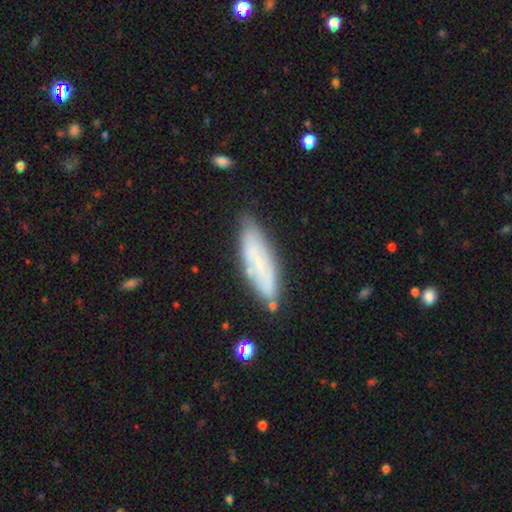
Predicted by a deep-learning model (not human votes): A smooth galaxy with no disk features (54%) that is cigar-shaped (56%).

Vote fractions:
- Smooth or featured? smooth: 54% / featured or disk: 38% / star or artifact: 9%
- How rounded? cigar-shaped: 56% / in between: 42% / round: 2%
- Merging? none: 74% / minor disturbance: 18% / major disturbance: 5% / merger: 4%